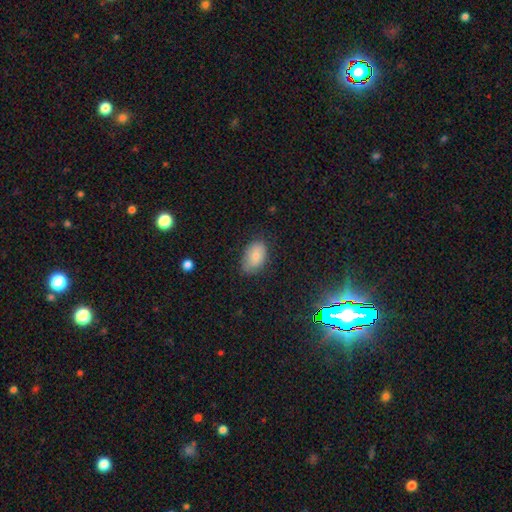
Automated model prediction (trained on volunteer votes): Smooth or featured? smooth (80%)
How rounded? in between (87%)
Merging? none (71%)